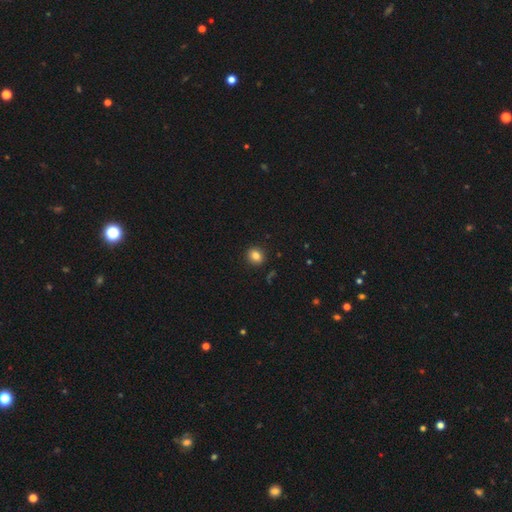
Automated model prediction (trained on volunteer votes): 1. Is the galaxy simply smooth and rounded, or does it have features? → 83% smooth, 11% star or artifact, 6% featured or disk.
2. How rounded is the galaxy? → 73% round, 26% in between, 1% cigar-shaped.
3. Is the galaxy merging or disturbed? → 91% none, 7% minor disturbance, 2% major disturbance, 1% merger.